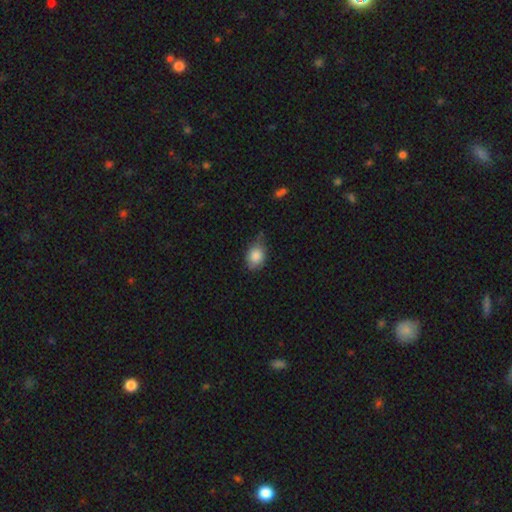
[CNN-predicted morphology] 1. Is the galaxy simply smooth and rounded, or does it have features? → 84% smooth, 8% star or artifact, 8% featured or disk.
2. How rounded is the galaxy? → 67% in between, 31% round, 1% cigar-shaped.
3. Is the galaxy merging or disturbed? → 54% none, 37% minor disturbance, 7% major disturbance, 2% merger.